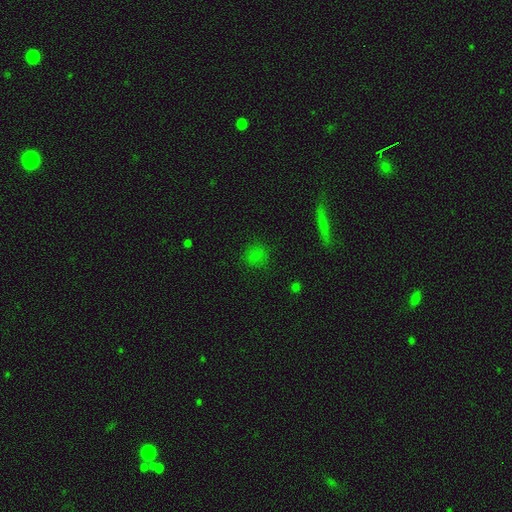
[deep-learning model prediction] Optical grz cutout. It shows a smooth galaxy with no disk features (71%) that is round (81%). Merging: none (79%).